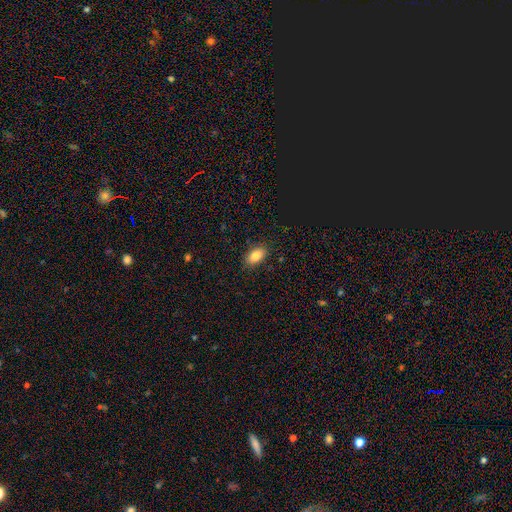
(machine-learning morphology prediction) Smooth or featured?
  - smooth: 84% *
  - star or artifact: 8%
  - featured or disk: 8%
How rounded?
  - in between: 91% *
  - round: 7%
  - cigar-shaped: 2%
Merging?
  - none: 87% *
  - minor disturbance: 10%
  - major disturbance: 2%
  - merger: 1%